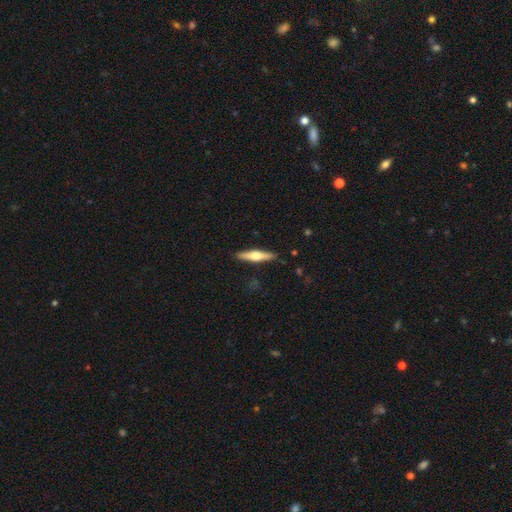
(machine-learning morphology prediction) A featured or disk galaxy (54%) viewed edge-on (96%) with a rounded central bulge (92%).

Vote fractions:
- Smooth or featured? featured or disk: 54% / smooth: 41% / star or artifact: 5%
- Edge-on disk? yes: 96% / no: 4%
- Edge-on bulge? rounded: 92% / boxy: 4% / none: 3%
- Merging? none: 89% / minor disturbance: 8% / major disturbance: 2% / merger: 1%